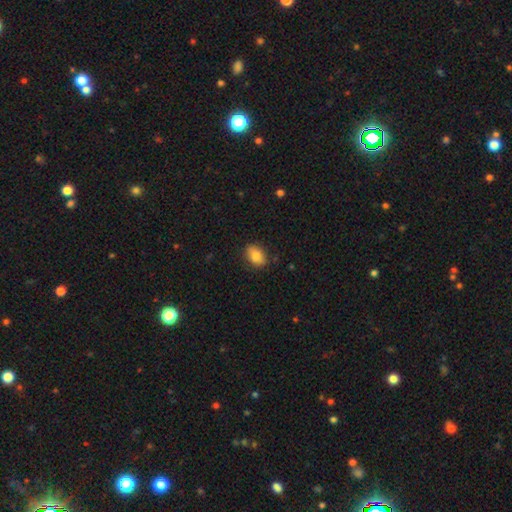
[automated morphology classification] smooth-or-featured: smooth: 82% | featured or disk: 10% | star or artifact: 8%
  how-rounded: in between: 80% | round: 18% | cigar-shaped: 2%
  merging: none: 78% | minor disturbance: 17% | major disturbance: 4% | merger: 1%